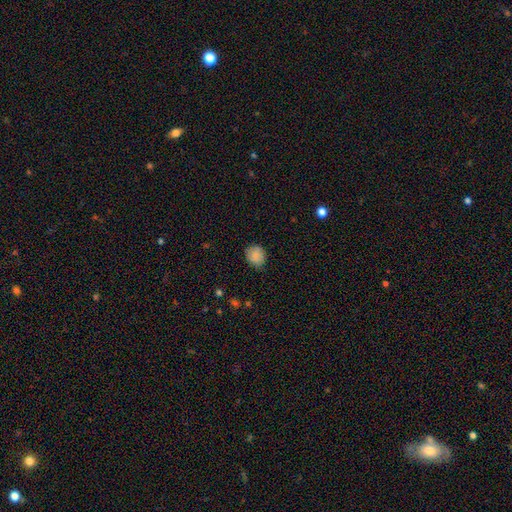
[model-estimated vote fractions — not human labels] The model was most divided on "how rounded": round: 74%, in between: 25%, cigar-shaped: 1%. More confident: smooth or featured — smooth (87%); merging — none (81%).